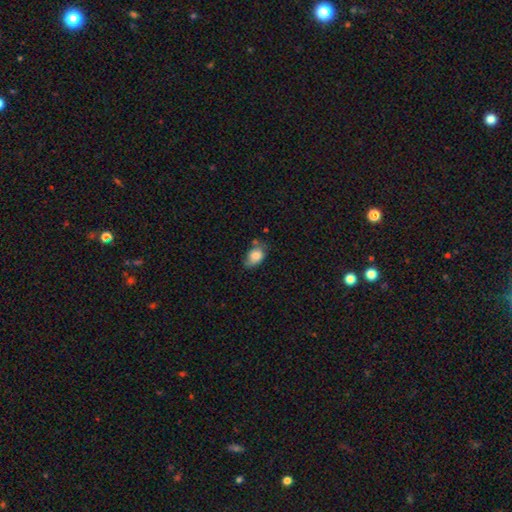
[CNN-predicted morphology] Smooth or featured?
  - smooth: 81% *
  - featured or disk: 10%
  - star or artifact: 8%
How rounded?
  - in between: 81% *
  - round: 17%
  - cigar-shaped: 2%
Merging?
  - none: 46% *
  - minor disturbance: 36%
  - major disturbance: 10%
  - merger: 8%